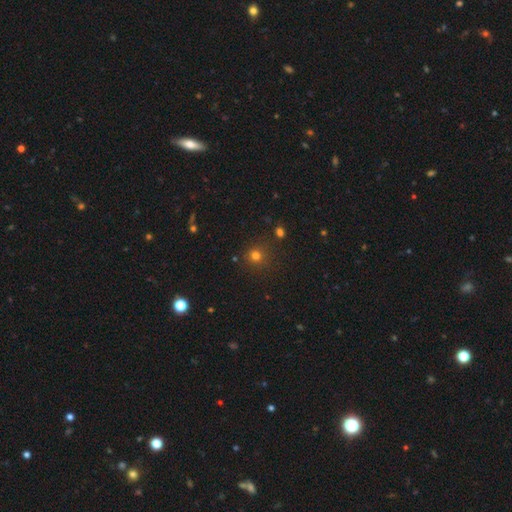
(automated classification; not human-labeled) The model was most divided on "smooth or featured": smooth: 73%, star or artifact: 21%, featured or disk: 6%. More confident: how rounded — round (92%); merging — none (86%).